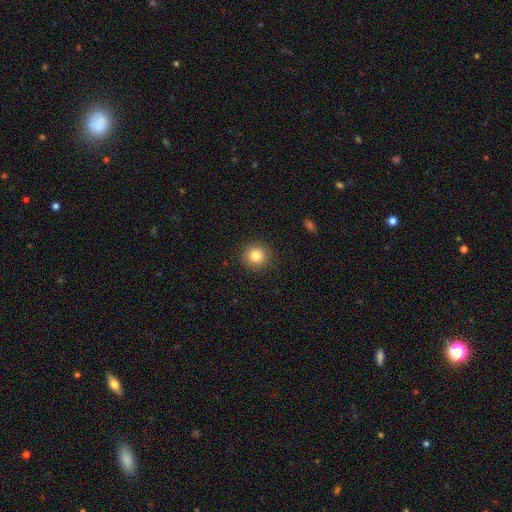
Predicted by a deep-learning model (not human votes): Overall: smooth (84%). How rounded: round (93%). Merging: none (90%).